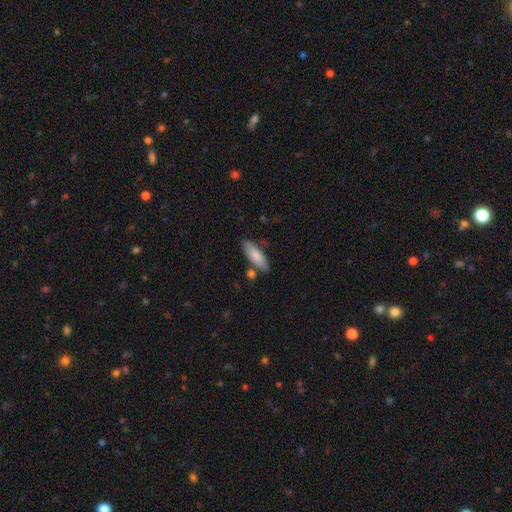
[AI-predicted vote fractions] Overall: smooth (80%). How rounded: in between (58%; cigar-shaped 40%). Merging: none (77%).